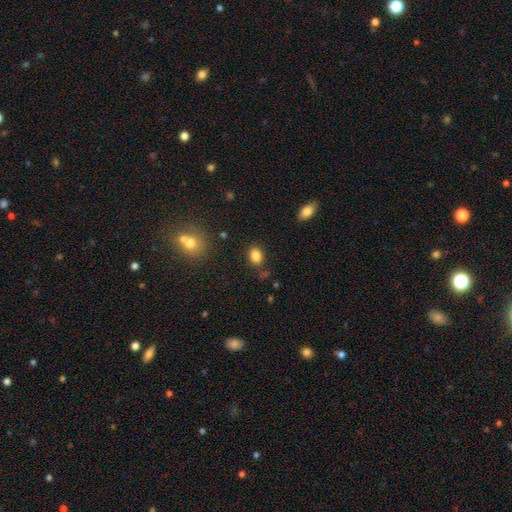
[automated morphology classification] Q: Smooth or featured?
A: smooth (85%); runner-up: star or artifact (10%)
Q: How rounded?
A: in between (66%); runner-up: round (33%)
Q: Merging?
A: none (81%); runner-up: minor disturbance (11%)